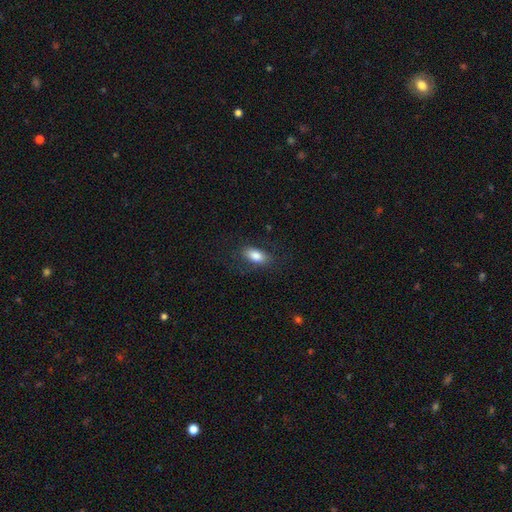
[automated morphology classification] This appears to be a smooth galaxy with no disk features (83%) that is in between round and cigar-shaped (88%). Merging: none (78%).